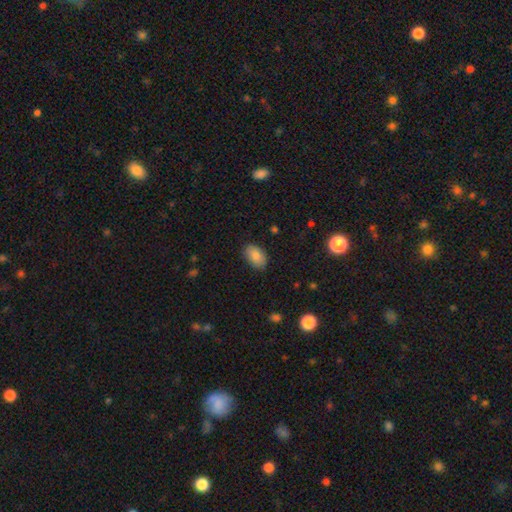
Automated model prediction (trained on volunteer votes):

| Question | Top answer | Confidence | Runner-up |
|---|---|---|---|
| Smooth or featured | smooth | 86% | star or artifact (8%) |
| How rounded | in between | 90% | round (9%) |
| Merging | none | 83% | minor disturbance (13%) |